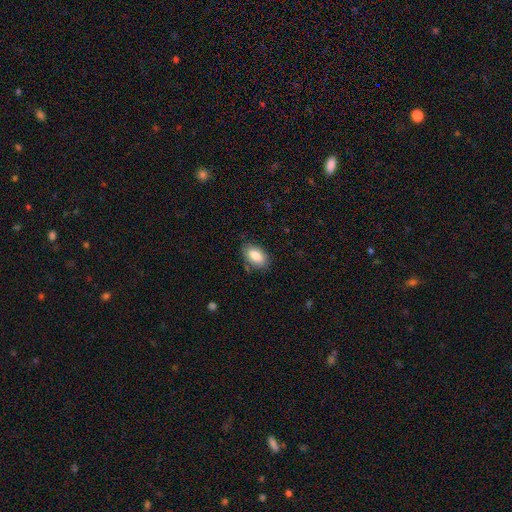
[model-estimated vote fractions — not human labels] The model was most divided on "merging": none: 80%, minor disturbance: 15%, major disturbance: 3%, merger: 2%. More confident: how rounded — in between (93%); smooth or featured — smooth (85%).